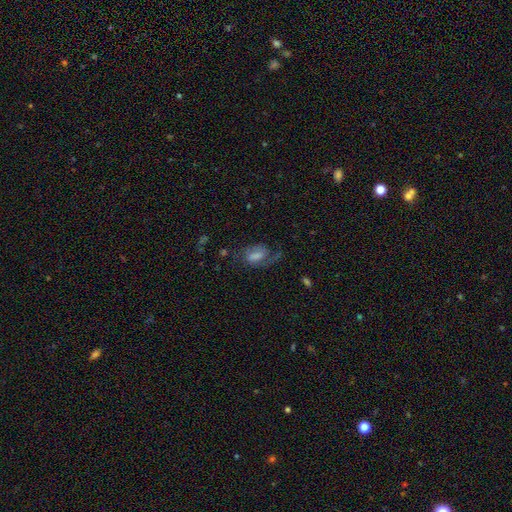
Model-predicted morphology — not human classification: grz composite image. It shows a featured or disk galaxy (58%) with a weak bar (46%), spiral arms (86%) and a moderate central bulge (29%). Merging: none (55%).